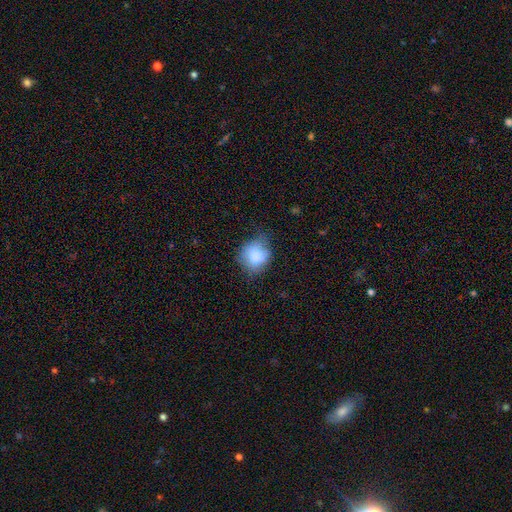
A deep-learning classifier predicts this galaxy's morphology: Overall: smooth (80%). How rounded: round (69%; in between 30%). Merging: none (51%; minor disturbance 36%).